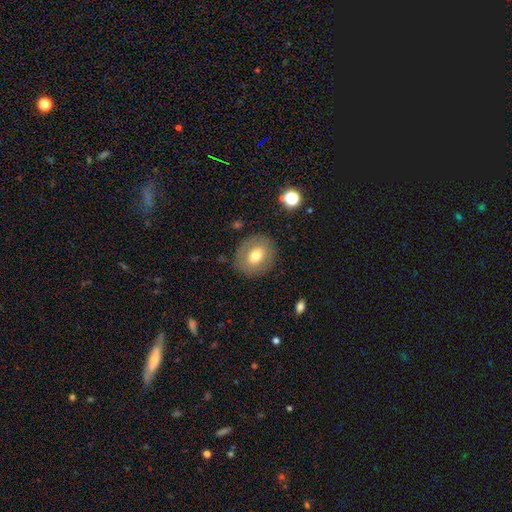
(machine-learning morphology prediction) Smooth or featured? smooth (64%)
How rounded? round (66%)
Merging? none (84%)